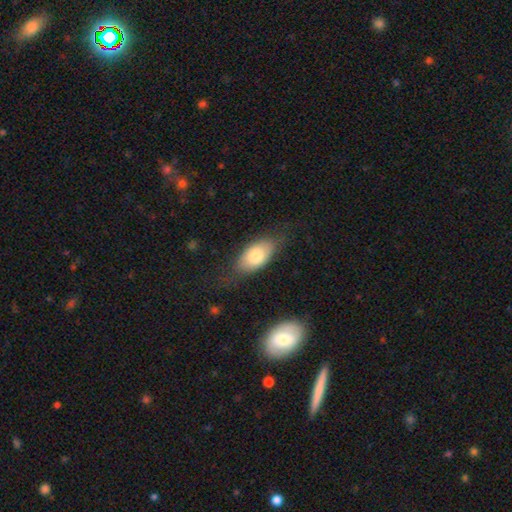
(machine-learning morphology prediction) smooth-or-featured: smooth: 74% | featured or disk: 19% | star or artifact: 7%
  how-rounded: in between: 90% | cigar-shaped: 5% | round: 5%
  merging: none: 68% | minor disturbance: 21% | major disturbance: 9% | merger: 2%